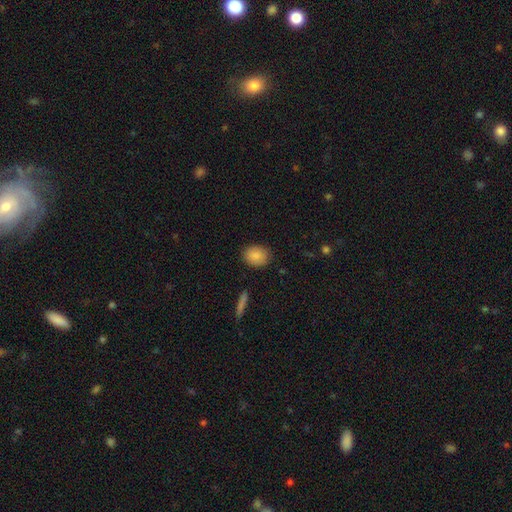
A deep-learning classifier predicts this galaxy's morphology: smooth 87%, star or artifact 7%, featured or disk 6%. Down the decision tree: how rounded — in between (52%); merging — none (87%).